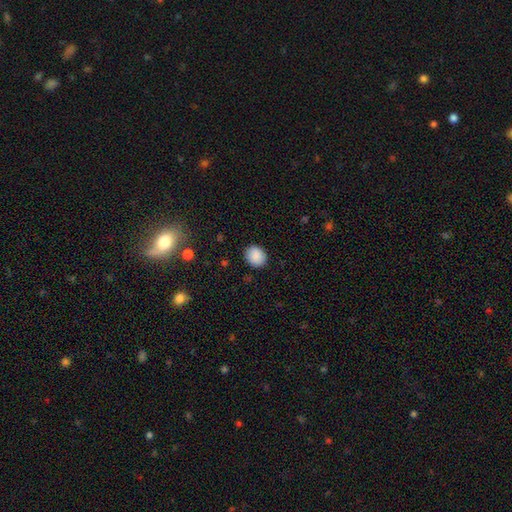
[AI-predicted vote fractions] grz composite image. It shows a smooth galaxy with no disk features (89%) that is round (68%). Merging: none (88%).